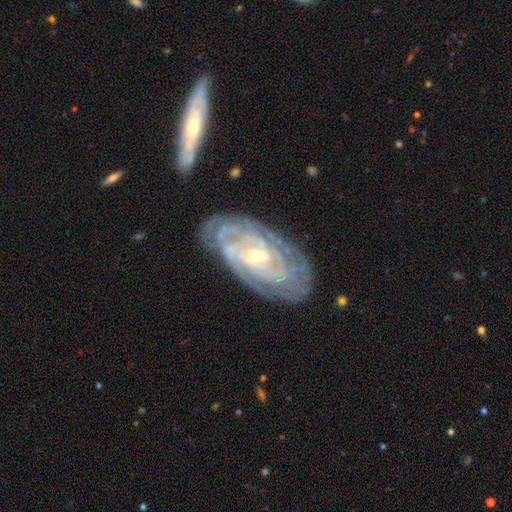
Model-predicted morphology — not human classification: smooth_or_featured: featured or disk (p=0.89) [alt: smooth p=0.06]
disk_edge_on: no (p=0.94) [alt: yes p=0.06]
bar: no (p=0.55) [alt: weak p=0.31]
has_spiral_arms: yes (p=0.96) [alt: no p=0.04]
spiral_winding: tight (p=0.80) [alt: medium p=0.16]
spiral_arm_count: can't tell (p=0.35) [alt: 4 p=0.19]
bulge_size: small (p=0.70) [alt: moderate p=0.27]
merging: none (p=0.75) [alt: minor disturbance p=0.17]